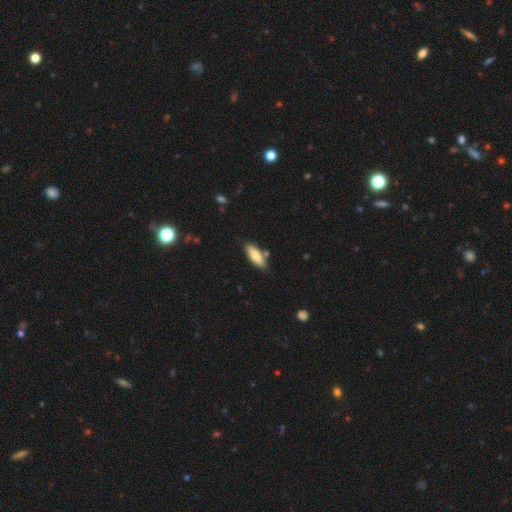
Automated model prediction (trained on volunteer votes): smooth-or-featured: smooth: 79% | featured or disk: 14% | star or artifact: 6%
  how-rounded: in between: 68% | cigar-shaped: 31% | round: 2%
  merging: none: 78% | minor disturbance: 13% | merger: 6% | major disturbance: 2%